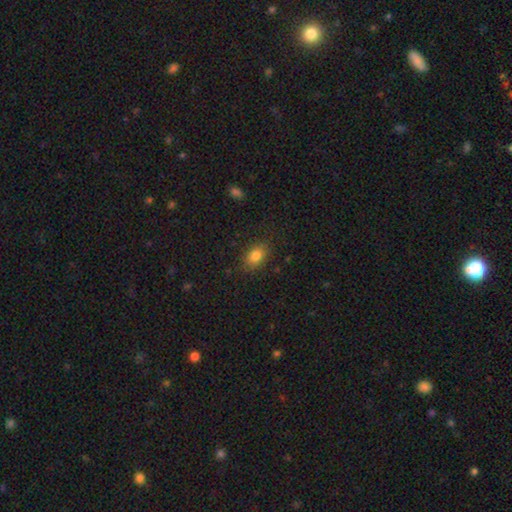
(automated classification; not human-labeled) This is clearly a smooth galaxy (83%). How rounded: likely in between (80%). Merging: clearly none (83%).